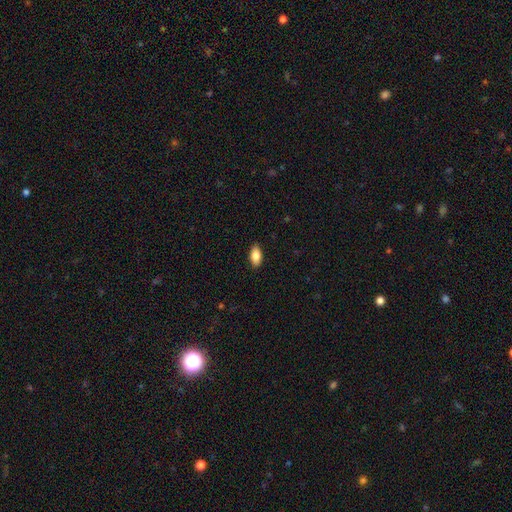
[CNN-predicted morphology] Smooth or featured? smooth (81%)
How rounded? in between (89%)
Merging? none (89%)